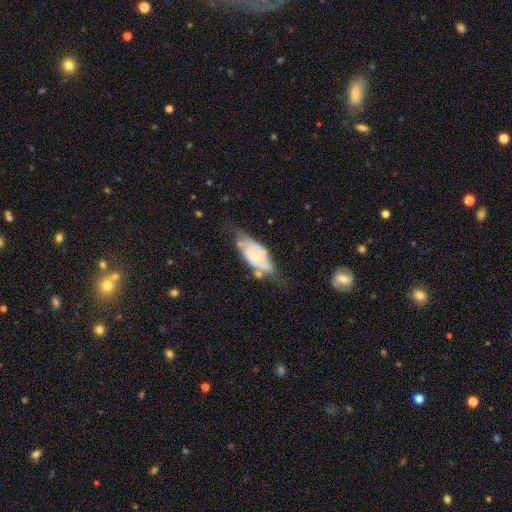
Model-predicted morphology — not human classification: smooth-or-featured: featured or disk: 61% | smooth: 33% | star or artifact: 7%
  disk-edge-on: no: 84% | yes: 16%
    bar: no: 70% | weak: 24% | strong: 7%
    has-spiral-arms: yes: 59% | no: 41%
    bulge-size: small: 62% | moderate: 28% | none: 6% | large: 2% | dominant: 1%
  merging: none: 41% | minor disturbance: 33% | major disturbance: 18% | merger: 8%